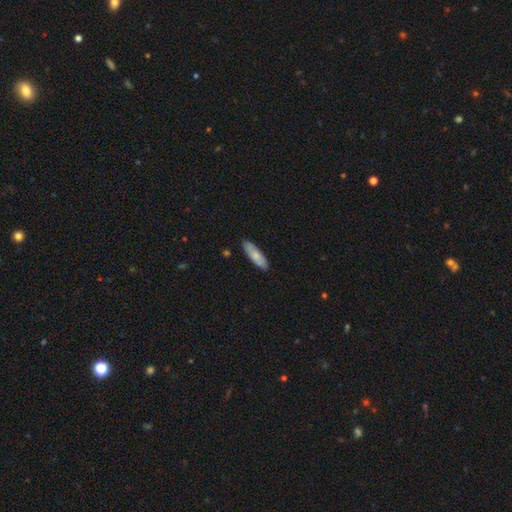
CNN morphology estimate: This is likely a smooth galaxy (75%). How rounded: possibly in between (50%). Merging: clearly none (85%).